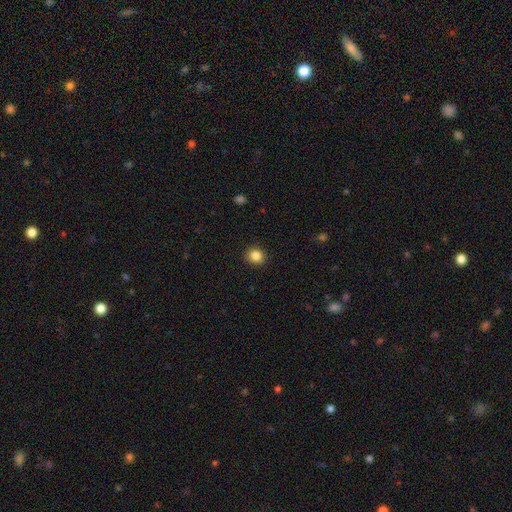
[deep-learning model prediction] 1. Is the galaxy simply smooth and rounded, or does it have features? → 85% smooth, 10% star or artifact, 4% featured or disk.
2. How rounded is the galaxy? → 83% round, 16% in between, 1% cigar-shaped.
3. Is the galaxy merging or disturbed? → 91% none, 6% minor disturbance, 2% major disturbance, 1% merger.